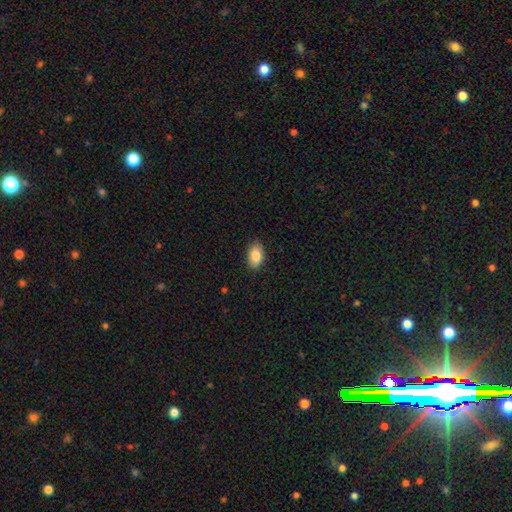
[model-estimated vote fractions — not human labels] smooth 86%, star or artifact 7%, featured or disk 7%. Down the decision tree: how rounded — in between (92%); merging — none (87%).